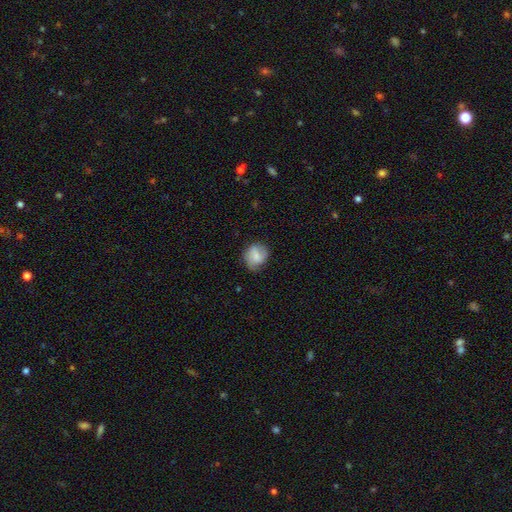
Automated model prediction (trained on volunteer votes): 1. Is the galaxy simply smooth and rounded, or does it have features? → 67% smooth, 25% featured or disk, 8% star or artifact.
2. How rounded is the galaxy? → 72% round, 27% in between, 1% cigar-shaped.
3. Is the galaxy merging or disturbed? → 68% none, 24% minor disturbance, 7% major disturbance, 1% merger.